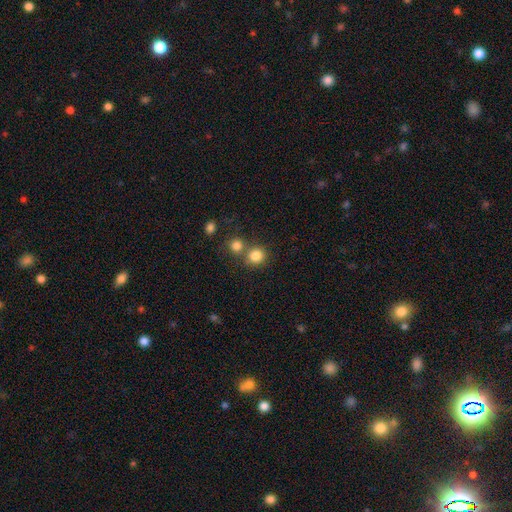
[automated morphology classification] This is clearly a smooth galaxy (83%). How rounded: clearly round (88%). Merging: likely none (62%).